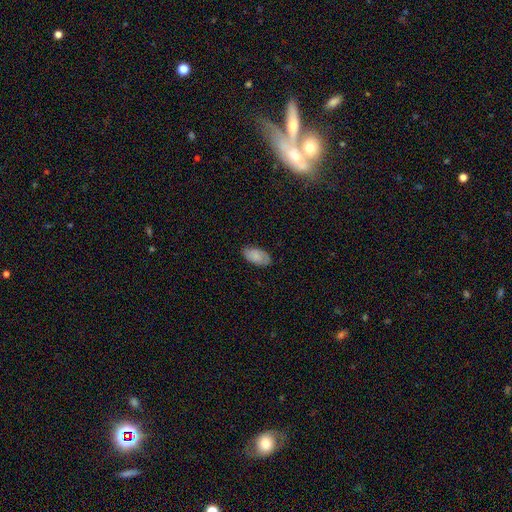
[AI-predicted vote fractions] Overall: smooth (77%). How rounded: in between (95%). Merging: none (83%).